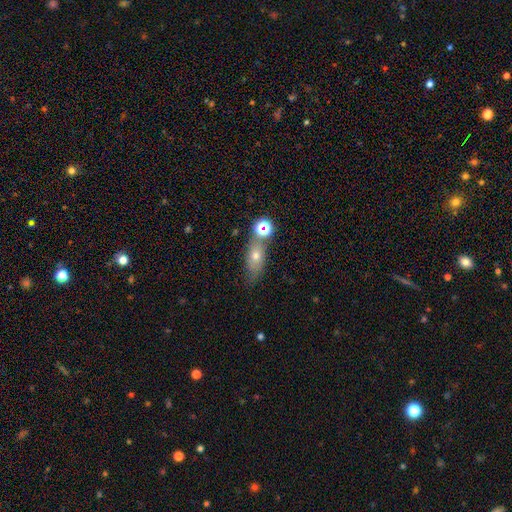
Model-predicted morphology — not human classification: The model was most divided on "smooth or featured": smooth: 59%, featured or disk: 25%, star or artifact: 17%. More confident: how rounded — in between (66%); merging — none (58%).